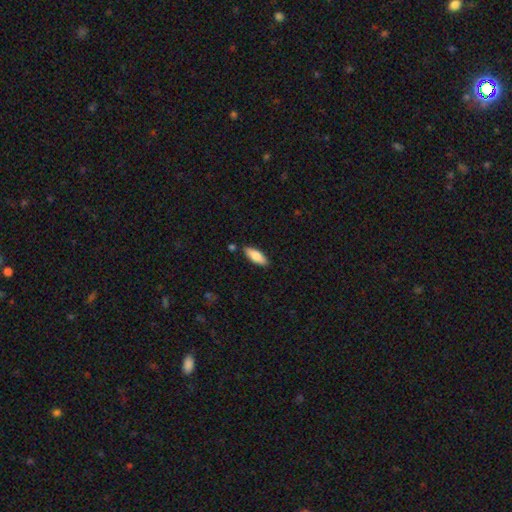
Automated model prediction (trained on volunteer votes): A smooth galaxy with no disk features (80%) that is in between round and cigar-shaped (71%). Merging: none (85%).